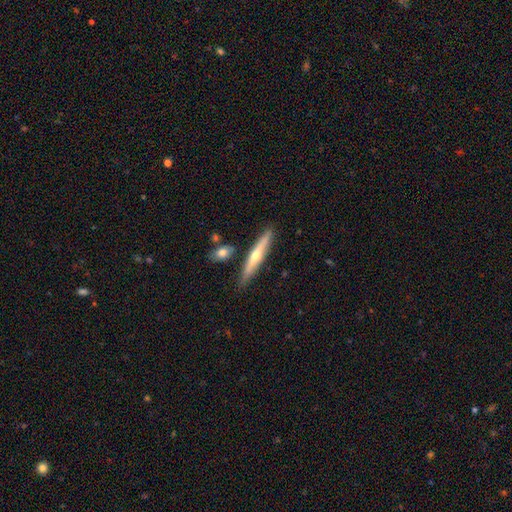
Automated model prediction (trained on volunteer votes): smooth_or_featured: featured or disk (p=0.58) [alt: smooth p=0.36]
disk_edge_on: yes (p=0.94) [alt: no p=0.06]
edge_on_bulge: rounded (p=0.86) [alt: none p=0.11]
merging: none (p=0.84) [alt: minor disturbance p=0.09]